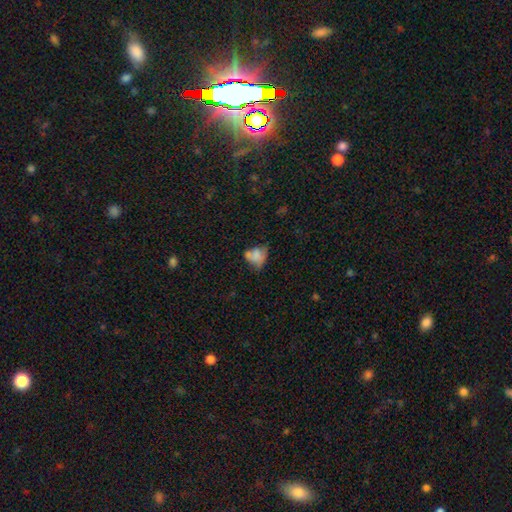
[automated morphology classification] A smooth galaxy with no disk features (68%) that is in between round and cigar-shaped (66%).

Vote fractions:
- Smooth or featured? smooth: 68% / featured or disk: 20% / star or artifact: 12%
- How rounded? in between: 66% / round: 32% / cigar-shaped: 2%
- Merging? none: 31% / minor disturbance: 29% / major disturbance: 20% / merger: 20%